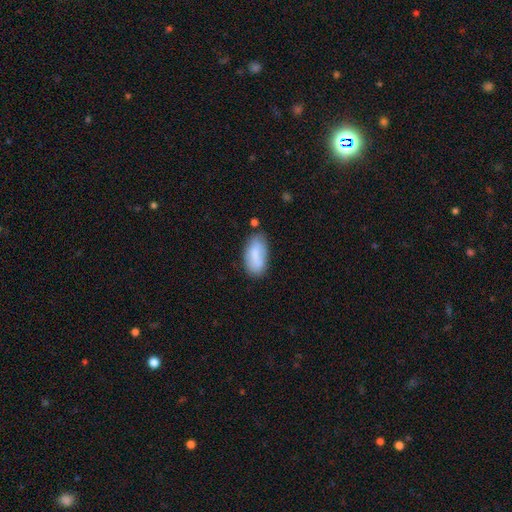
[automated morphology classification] Smooth or featured: smooth — 76% (featured or disk — 17%)
How rounded: in between — 92% (cigar-shaped — 5%)
Merging: none — 64% (minor disturbance — 24%)